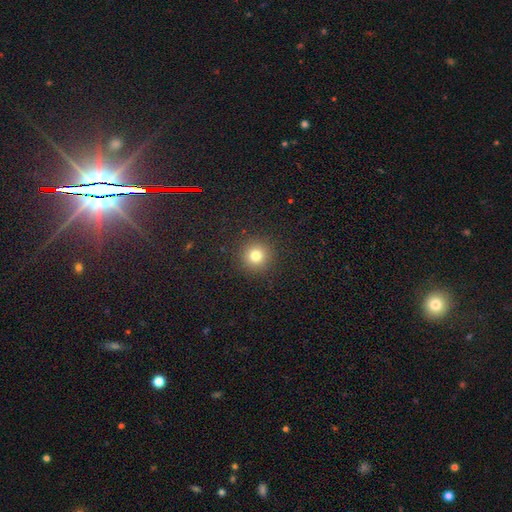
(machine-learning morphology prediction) Smooth or featured? Predicted: smooth (p=0.79). How rounded? Predicted: round (p=0.95). Merging? Predicted: none (p=0.92).